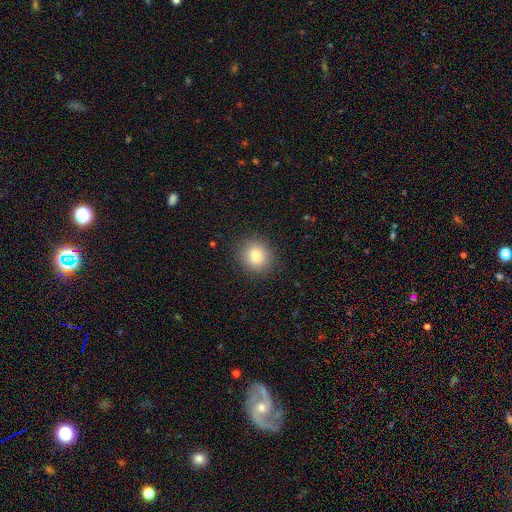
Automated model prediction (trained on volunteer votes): Smooth or featured?
  - smooth: 83% *
  - star or artifact: 10%
  - featured or disk: 7%
How rounded?
  - round: 77% *
  - in between: 22%
  - cigar-shaped: 1%
Merging?
  - none: 88% *
  - minor disturbance: 8%
  - major disturbance: 3%
  - merger: 1%